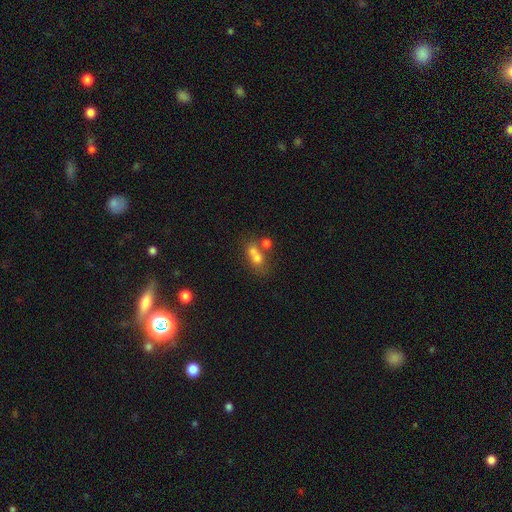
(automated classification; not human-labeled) smooth-or-featured: smooth: 65% | featured or disk: 21% | star or artifact: 15%
  how-rounded: in between: 55% | round: 41% | cigar-shaped: 4%
  merging: merger: 54% | none: 29% | minor disturbance: 10% | major disturbance: 7%